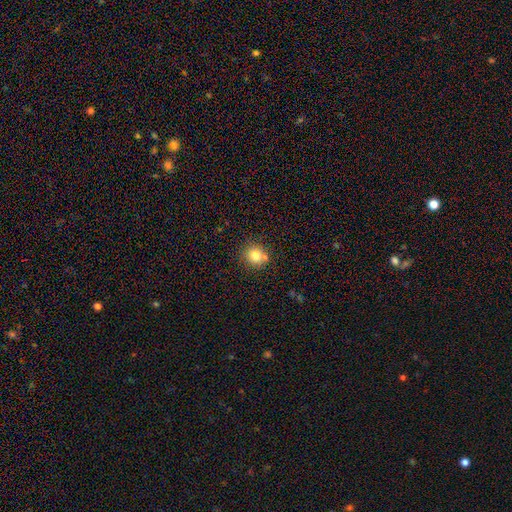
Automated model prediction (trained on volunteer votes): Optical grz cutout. It shows a smooth galaxy with no disk features (78%) that is round (87%). Merging: none (73%).